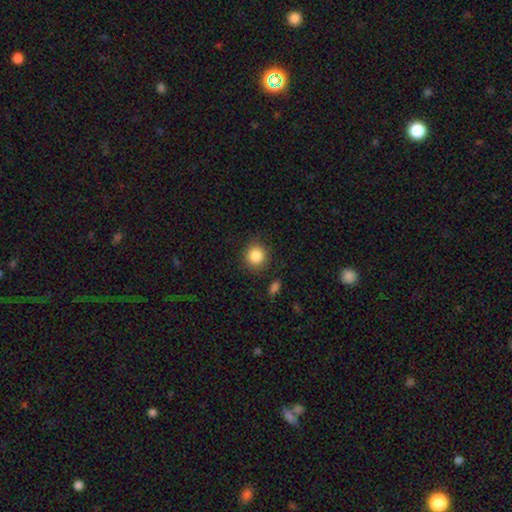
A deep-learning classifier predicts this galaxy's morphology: type=smooth (86%); roundness=round (89%); merging=none (86%).